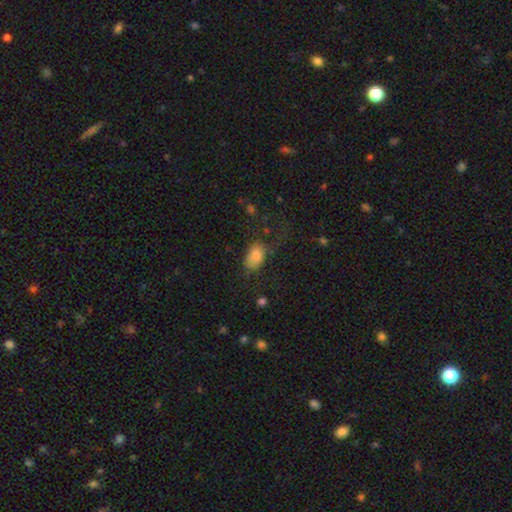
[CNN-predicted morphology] This is clearly a smooth galaxy (81%). How rounded: clearly in between (87%). Merging: possibly none (47%).